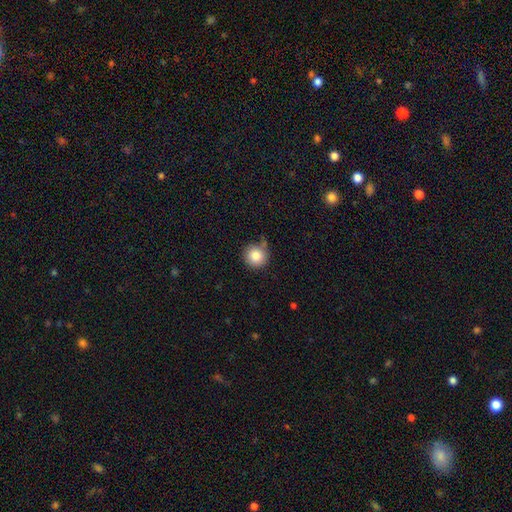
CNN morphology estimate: smooth 83%, star or artifact 10%, featured or disk 7%. Down the decision tree: how rounded — round (94%); merging — none (71%).